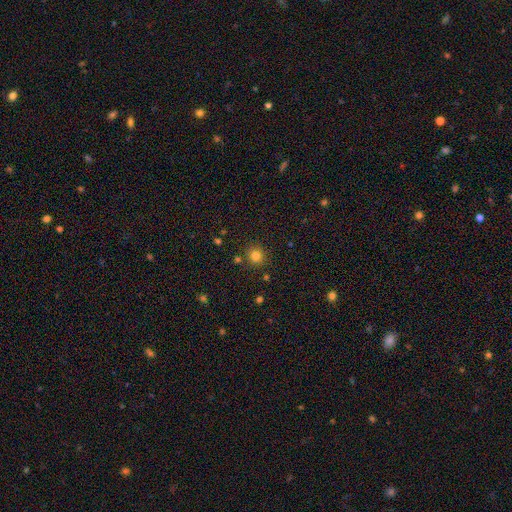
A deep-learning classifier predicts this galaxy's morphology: Smooth or featured: smooth — 80% (star or artifact — 15%)
How rounded: round — 91% (in between — 8%)
Merging: none — 86% (minor disturbance — 8%)